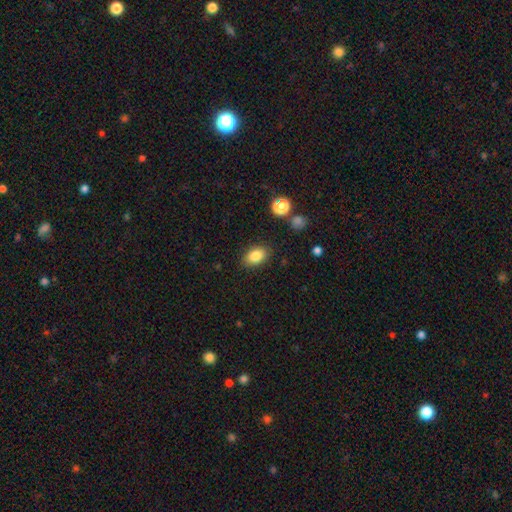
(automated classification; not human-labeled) Morphology: type=smooth (84%); roundness=in between (86%); merging=none (85%).